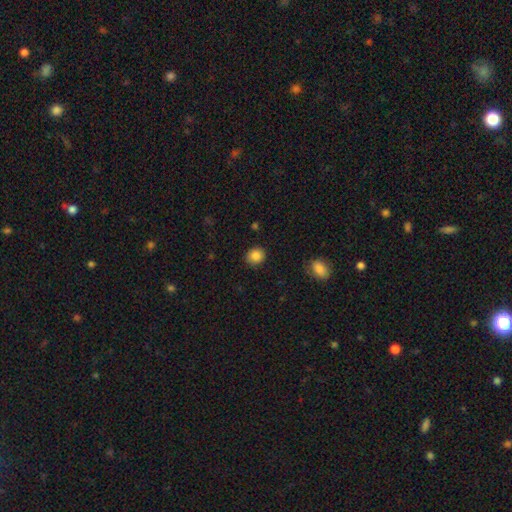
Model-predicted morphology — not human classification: The model was most divided on "how rounded": round: 76%, in between: 23%, cigar-shaped: 1%. More confident: merging — none (88%); smooth or featured — smooth (86%).